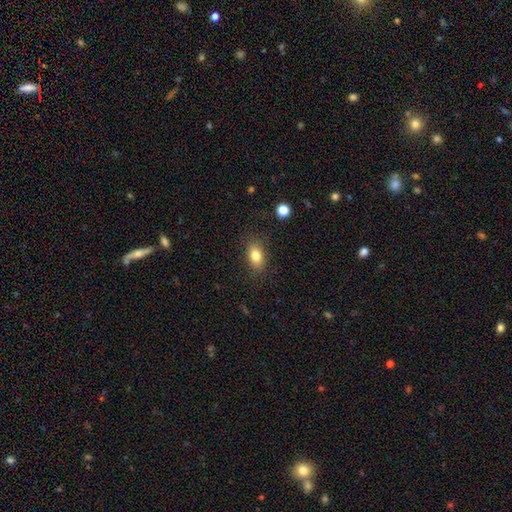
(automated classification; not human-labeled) smooth-or-featured: smooth: 81% | featured or disk: 9% | star or artifact: 9%
  how-rounded: in between: 84% | round: 13% | cigar-shaped: 3%
  merging: none: 84% | minor disturbance: 12% | major disturbance: 3% | merger: 1%